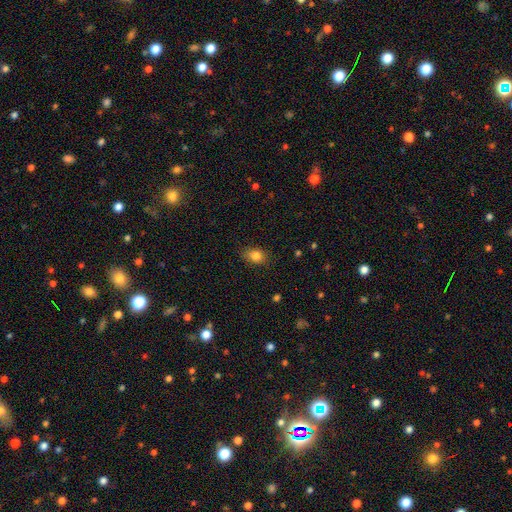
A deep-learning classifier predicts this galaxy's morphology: smooth 83%, star or artifact 10%, featured or disk 6%. Down the decision tree: how rounded — in between (72%); merging — none (82%).